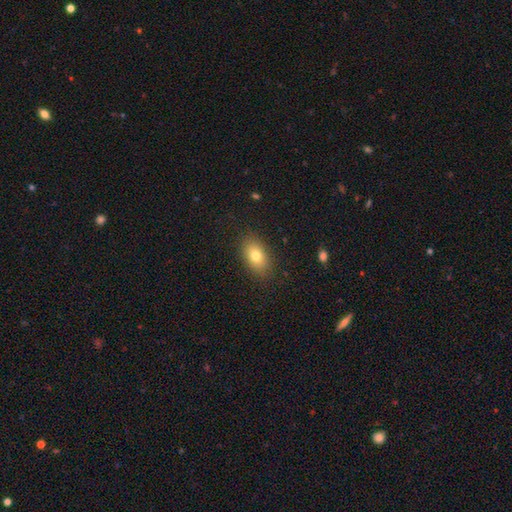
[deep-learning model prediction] Smooth or featured? Predicted: smooth (p=0.78). How rounded? Predicted: in between (p=0.84). Merging? Predicted: none (p=0.86).